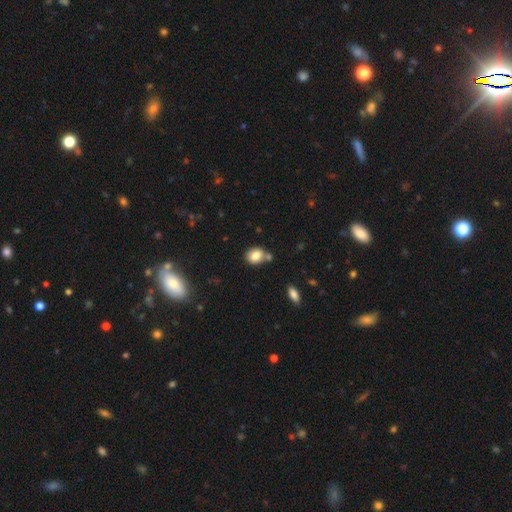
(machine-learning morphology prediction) smooth-or-featured: smooth: 82% | star or artifact: 10% | featured or disk: 9%
  how-rounded: in between: 52% | round: 47% | cigar-shaped: 1%
  merging: none: 63% | merger: 19% | minor disturbance: 14% | major disturbance: 4%